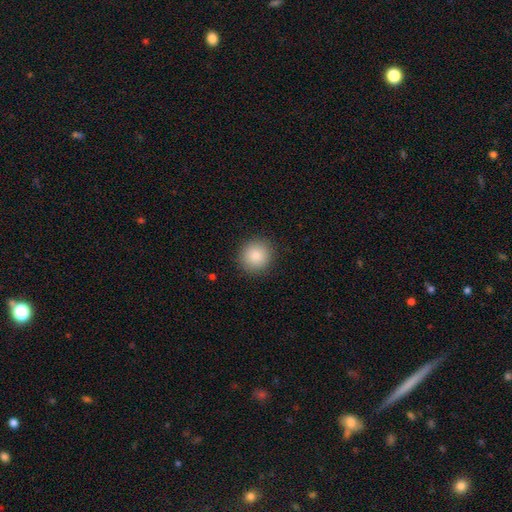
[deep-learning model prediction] This appears to be a smooth galaxy with no disk features (87%) that is round (91%). Merging: none (91%).